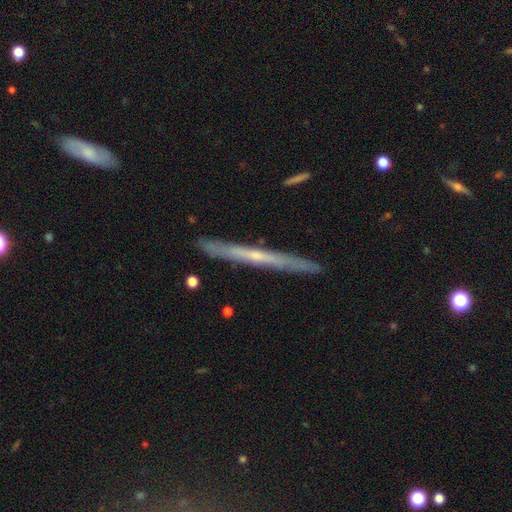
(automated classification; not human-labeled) A featured or disk galaxy (67%) viewed edge-on (96%) with no central bulge (59%). Merging: none (90%).